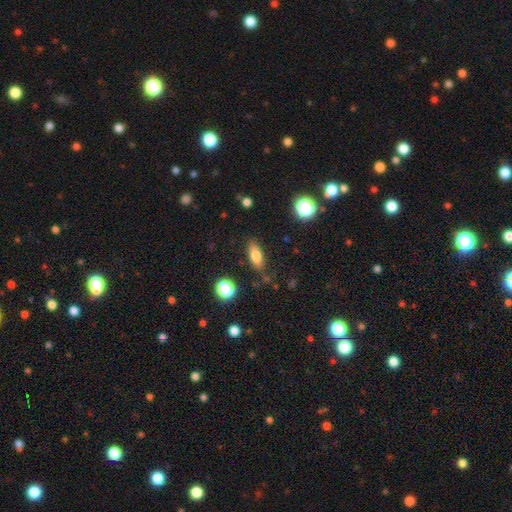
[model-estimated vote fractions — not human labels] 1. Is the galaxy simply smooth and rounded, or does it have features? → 76% smooth, 14% featured or disk, 10% star or artifact.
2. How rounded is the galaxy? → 74% in between, 21% cigar-shaped, 5% round.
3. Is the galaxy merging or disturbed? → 80% none, 14% minor disturbance, 4% major disturbance, 3% merger.